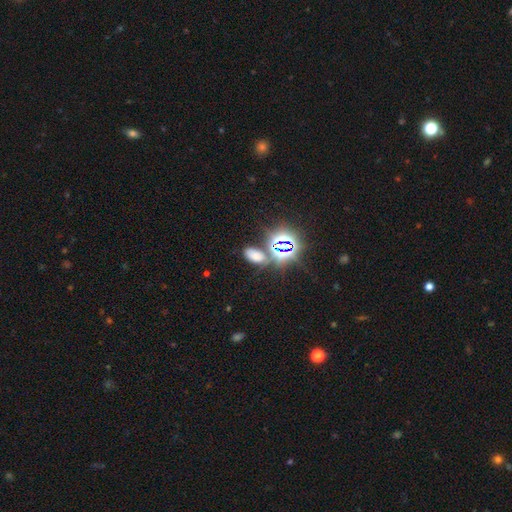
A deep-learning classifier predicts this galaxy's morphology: Smooth or featured? Predicted: smooth (p=0.56). How rounded? Predicted: in between (p=0.90). Merging? Predicted: none (p=0.70).